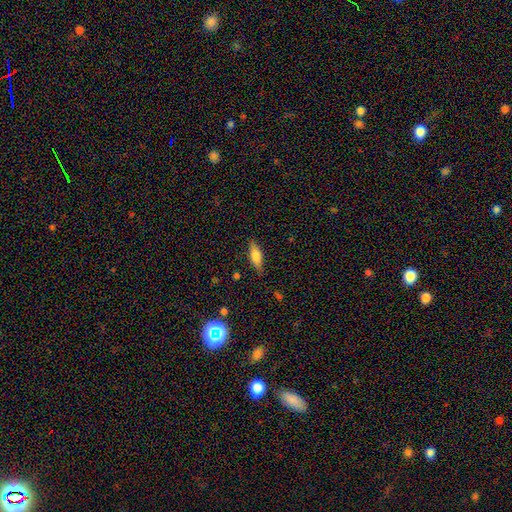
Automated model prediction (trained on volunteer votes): This is likely a smooth galaxy (75%). How rounded: likely in between (66%). Merging: clearly none (81%).